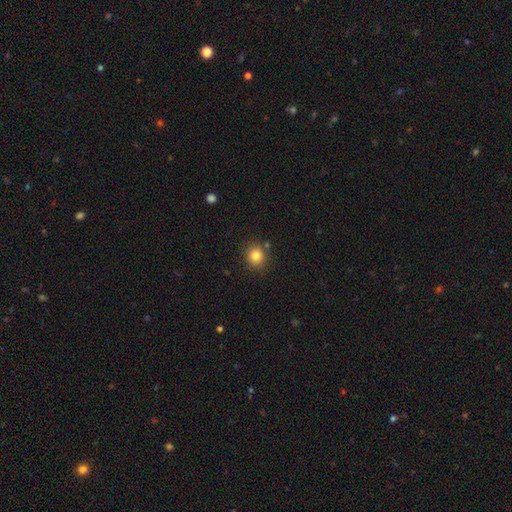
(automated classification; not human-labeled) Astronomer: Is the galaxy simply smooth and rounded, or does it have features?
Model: smooth — 83%.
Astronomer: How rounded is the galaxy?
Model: round — 82%.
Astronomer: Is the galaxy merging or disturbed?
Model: none — 84%.